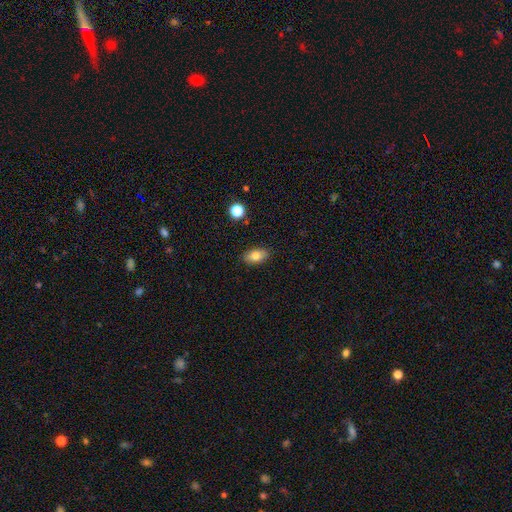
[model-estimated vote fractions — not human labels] smooth 80%, featured or disk 11%, star or artifact 8%. Down the decision tree: how rounded — in between (90%); merging — none (87%).